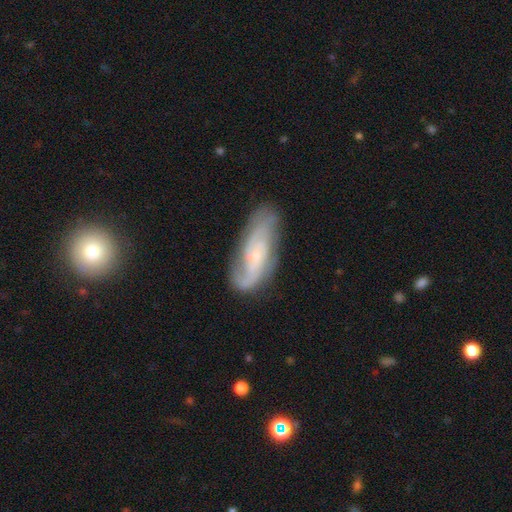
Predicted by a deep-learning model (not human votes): Morphology: type=featured or disk (78%); edge-on=no (91%); bar=no (64%); spiral arms=yes (93%); winding=medium (42%); arm count=2 (56%); bulge=small (80%); merging=none (69%).